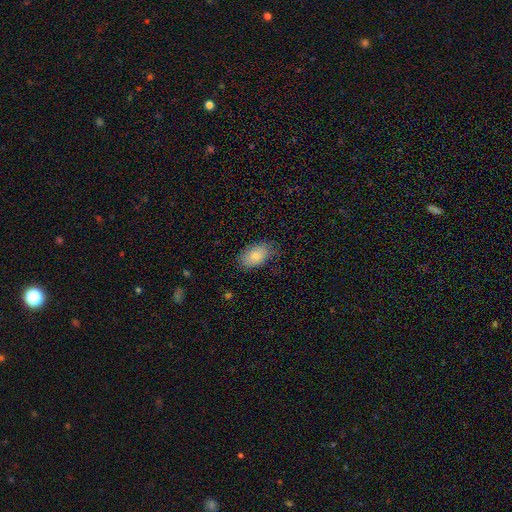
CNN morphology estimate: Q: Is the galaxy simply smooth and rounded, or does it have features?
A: smooth — 80%.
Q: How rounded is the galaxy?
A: in between — 90%.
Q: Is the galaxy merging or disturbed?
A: none — 75%.